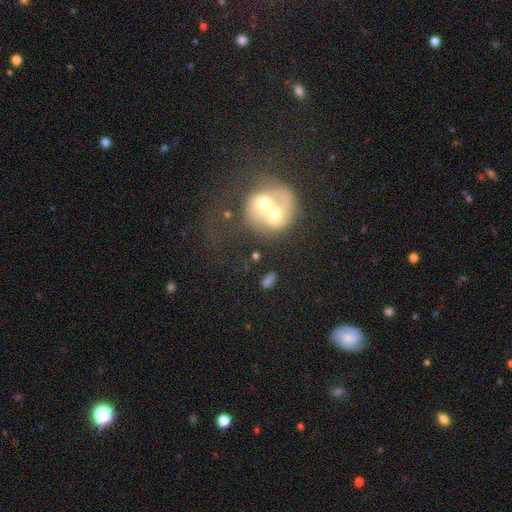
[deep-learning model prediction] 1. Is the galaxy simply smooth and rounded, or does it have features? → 52% featured or disk, 38% smooth, 10% star or artifact.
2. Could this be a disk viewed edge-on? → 96% no, 4% yes.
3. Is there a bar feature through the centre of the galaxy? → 81% no, 14% weak, 5% strong.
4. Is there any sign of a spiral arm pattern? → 58% no, 42% yes.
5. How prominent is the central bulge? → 60% moderate, 19% small, 12% large, 6% none, 4% dominant.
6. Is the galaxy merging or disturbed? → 76% merger, 11% none, 8% major disturbance, 5% minor disturbance.